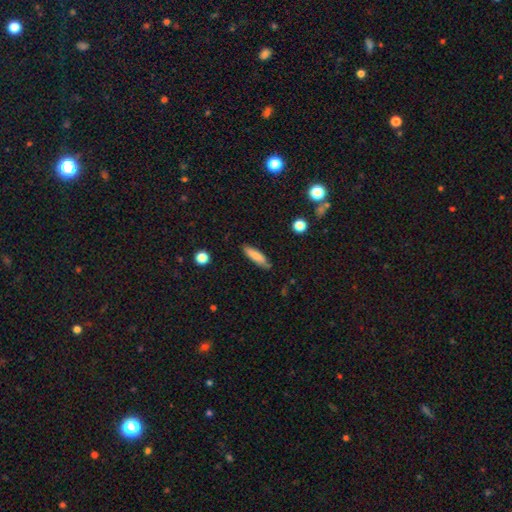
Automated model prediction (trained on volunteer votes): This is clearly a smooth galaxy (80%). How rounded: likely cigar-shaped (68%). Merging: clearly none (81%).